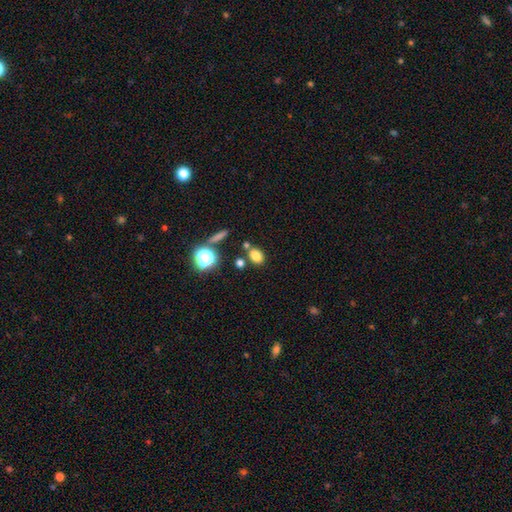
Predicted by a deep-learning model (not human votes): Smooth or featured? smooth (78%)
How rounded? in between (62%)
Merging? none (74%)